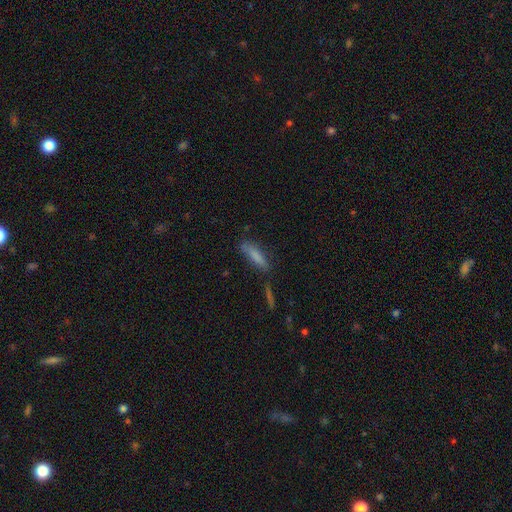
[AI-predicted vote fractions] This appears to be a smooth galaxy with no disk features (79%) that is cigar-shaped (67%). Merging: none (66%).